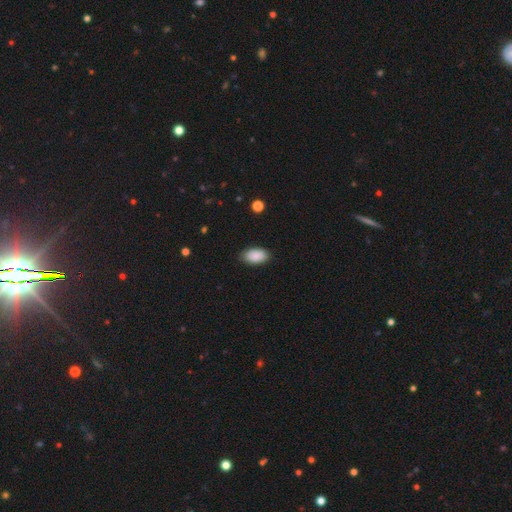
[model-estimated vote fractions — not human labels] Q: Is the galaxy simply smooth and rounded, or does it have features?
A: smooth — 90%.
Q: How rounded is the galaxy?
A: in between — 94%.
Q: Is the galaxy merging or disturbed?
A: none — 85%.